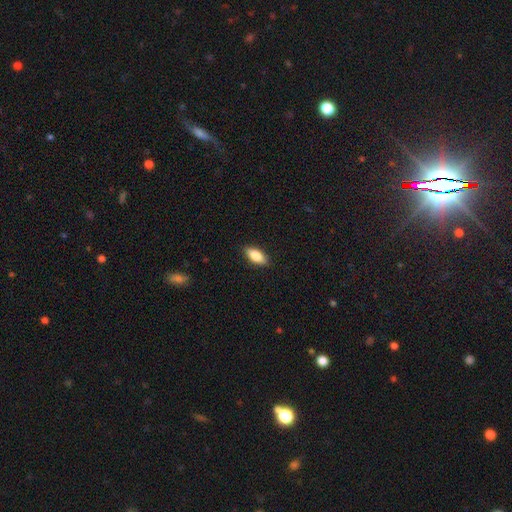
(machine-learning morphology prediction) Smooth or featured: smooth — 81% (featured or disk — 13%)
How rounded: in between — 84% (cigar-shaped — 14%)
Merging: none — 88% (minor disturbance — 9%)